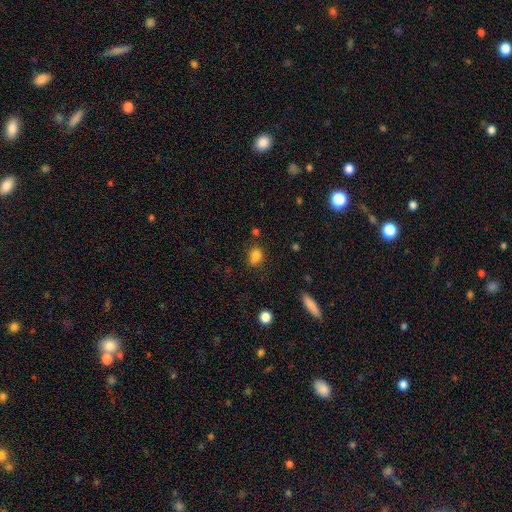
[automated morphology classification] smooth-or-featured: smooth: 81% | star or artifact: 12% | featured or disk: 6%
  how-rounded: in between: 55% | round: 43% | cigar-shaped: 2%
  merging: none: 64% | minor disturbance: 23% | merger: 7% | major disturbance: 6%